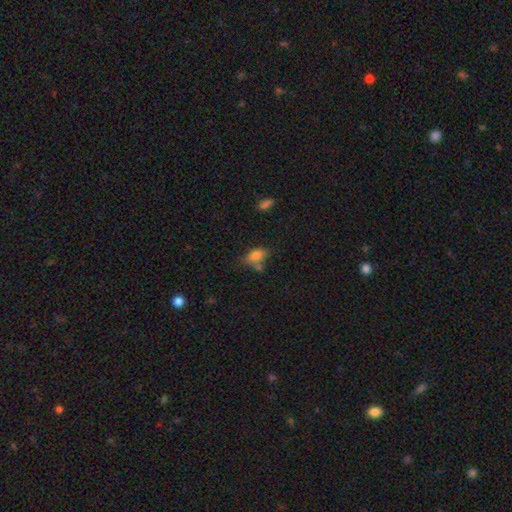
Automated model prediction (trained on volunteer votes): smooth-or-featured: smooth: 80% | star or artifact: 10% | featured or disk: 10%
  how-rounded: in between: 88% | round: 8% | cigar-shaped: 4%
  merging: none: 48% | minor disturbance: 23% | merger: 21% | major disturbance: 8%